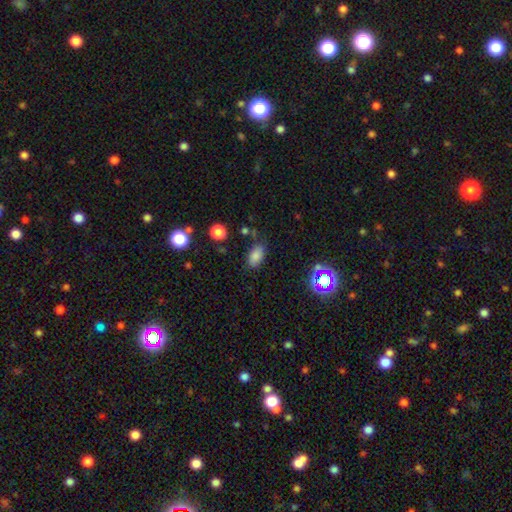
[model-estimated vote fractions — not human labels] Smooth or featured? smooth (80%)
How rounded? in between (90%)
Merging? none (76%)